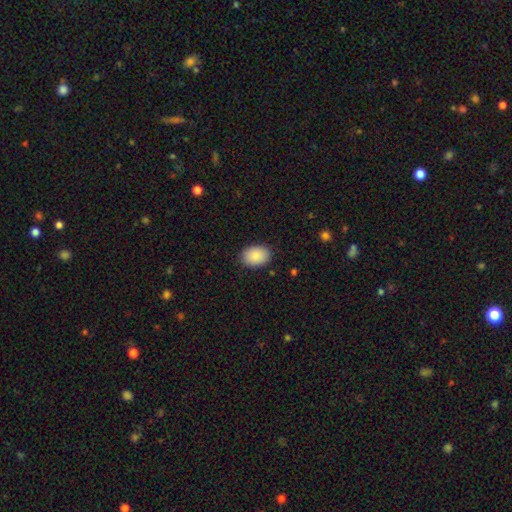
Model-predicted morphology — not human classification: smooth_or_featured: smooth (p=0.89) [alt: star or artifact p=0.07]
how_rounded: in between (p=0.81) [alt: round p=0.18]
merging: none (p=0.88) [alt: minor disturbance p=0.09]